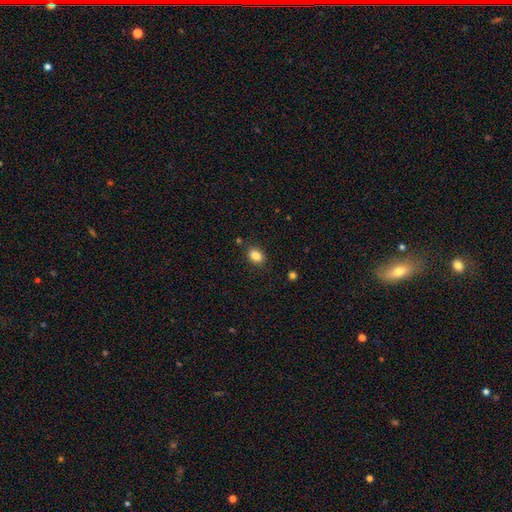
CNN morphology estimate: Smooth or featured?
  - smooth: 85% *
  - star or artifact: 9%
  - featured or disk: 5%
How rounded?
  - in between: 75% *
  - round: 24%
  - cigar-shaped: 1%
Merging?
  - none: 85% *
  - minor disturbance: 10%
  - merger: 3%
  - major disturbance: 2%